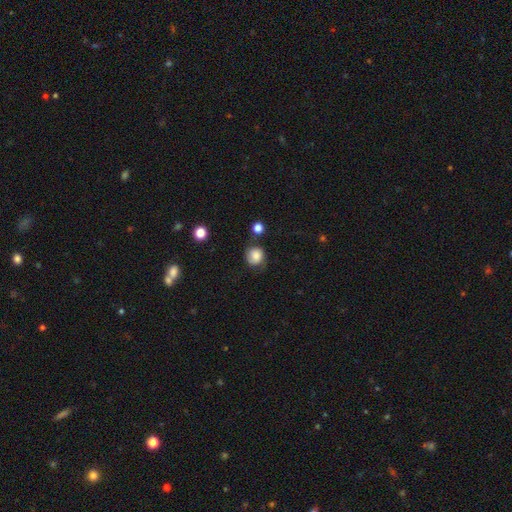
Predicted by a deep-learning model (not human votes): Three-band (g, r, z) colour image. It shows a smooth galaxy with no disk features (74%) that is round (84%). Merging: none (64%).